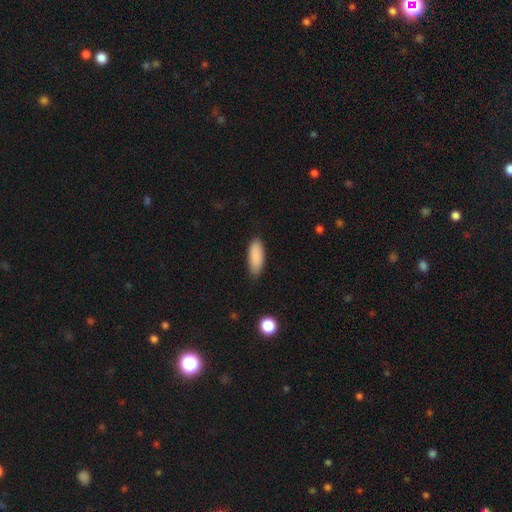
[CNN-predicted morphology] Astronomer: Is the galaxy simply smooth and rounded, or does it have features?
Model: smooth — 89%.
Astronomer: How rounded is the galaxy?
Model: in between — 74%.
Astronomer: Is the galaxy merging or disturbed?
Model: none — 82%.